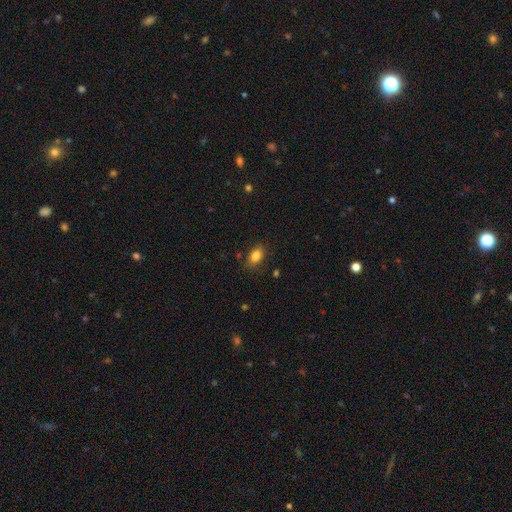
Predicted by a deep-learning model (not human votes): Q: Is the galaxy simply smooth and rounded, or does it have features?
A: smooth — 83%.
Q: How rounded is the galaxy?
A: in between — 85%.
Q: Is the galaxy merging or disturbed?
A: none — 80%.